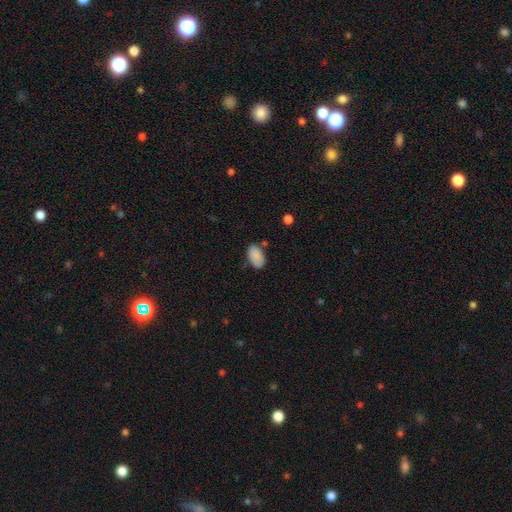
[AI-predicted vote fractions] smooth_or_featured: smooth (p=0.88) [alt: star or artifact p=0.07]
how_rounded: in between (p=0.93) [alt: round p=0.06]
merging: none (p=0.72) [alt: minor disturbance p=0.19]